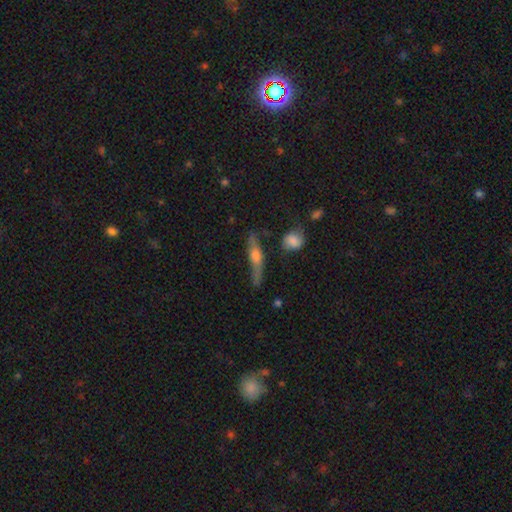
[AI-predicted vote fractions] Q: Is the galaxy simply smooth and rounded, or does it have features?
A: featured or disk — 59%.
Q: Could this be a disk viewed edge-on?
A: yes — 90%.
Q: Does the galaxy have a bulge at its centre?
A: rounded — 87%.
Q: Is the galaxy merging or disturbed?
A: none — 70%.